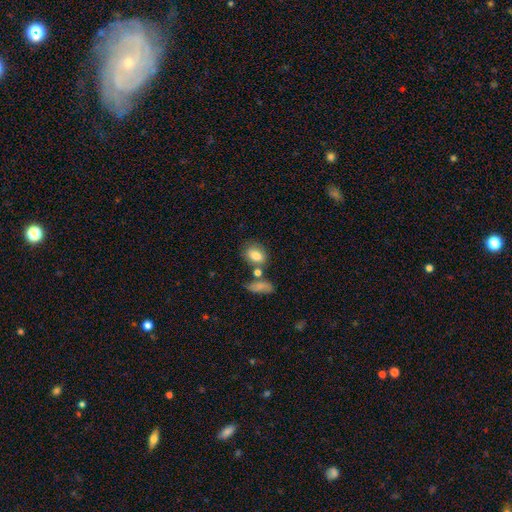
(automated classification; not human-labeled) The model was most divided on "merging": none: 56%, merger: 22%, minor disturbance: 16%, major disturbance: 6%. More confident: smooth or featured — smooth (81%); how rounded — in between (73%).